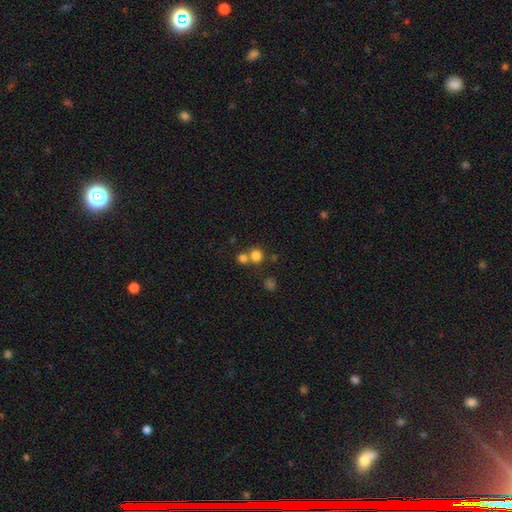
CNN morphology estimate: This appears to be a smooth galaxy with no disk features (78%) that is round (87%). Merging: none (56%).